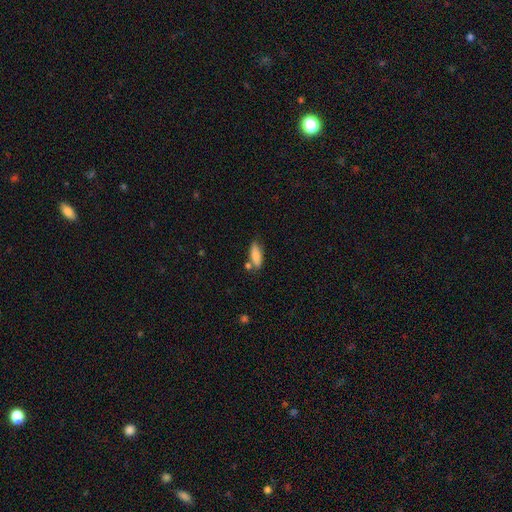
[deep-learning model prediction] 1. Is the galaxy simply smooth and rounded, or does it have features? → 83% smooth, 10% featured or disk, 7% star or artifact.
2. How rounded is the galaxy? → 65% in between, 33% cigar-shaped, 2% round.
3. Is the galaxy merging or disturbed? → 62% none, 19% minor disturbance, 14% merger, 5% major disturbance.